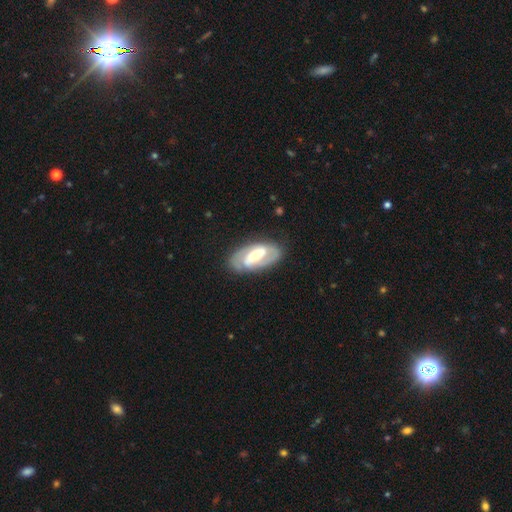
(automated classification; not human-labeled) Smooth or featured: featured or disk — 75% (smooth — 20%)
Edge-on disk: no — 93% (yes — 7%)
Bar: strong — 51% (weak — 32%)
Spiral arms: yes — 72% (no — 28%)
Spiral winding: tight — 43% (medium — 40%)
Spiral arm count: 2 — 79% (can't tell — 13%)
Bulge size: moderate — 60% (small — 27%)
Merging: none — 79% (minor disturbance — 14%)